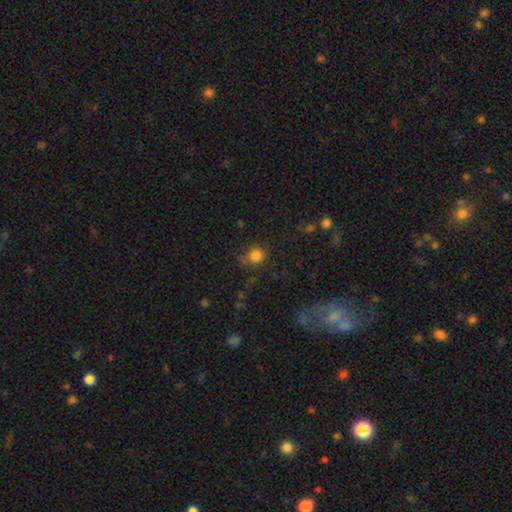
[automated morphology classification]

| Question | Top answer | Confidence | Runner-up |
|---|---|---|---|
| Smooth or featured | smooth | 81% | star or artifact (13%) |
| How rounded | round | 82% | in between (17%) |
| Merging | none | 64% | minor disturbance (23%) |